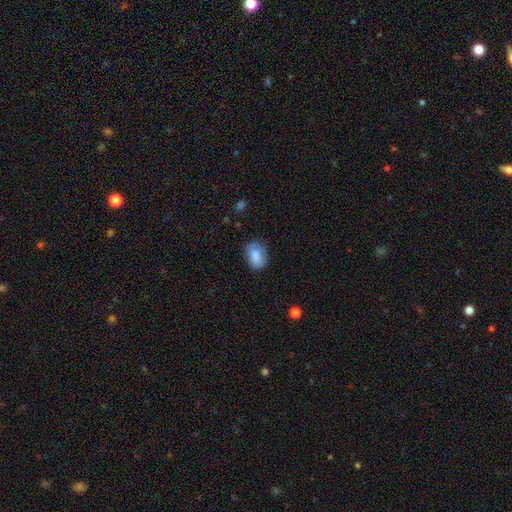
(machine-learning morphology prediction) Overall: smooth (80%). How rounded: in between (82%). Merging: none (76%).